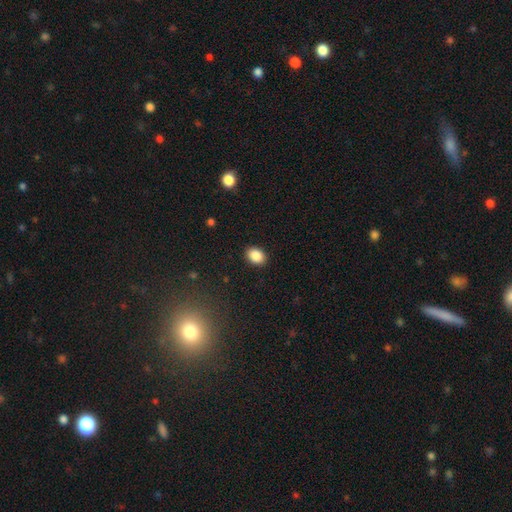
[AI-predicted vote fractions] smooth_or_featured: smooth (p=0.88) [alt: star or artifact p=0.08]
how_rounded: in between (p=0.74) [alt: round p=0.25]
merging: none (p=0.89) [alt: minor disturbance p=0.07]